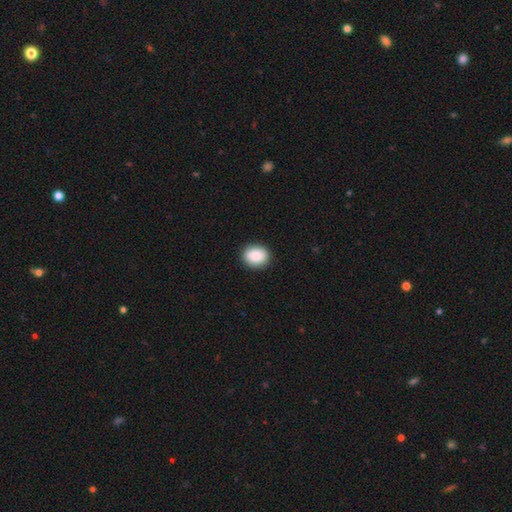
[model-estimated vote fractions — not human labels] Morphology: type=smooth (89%); roundness=round (57%); merging=none (89%).